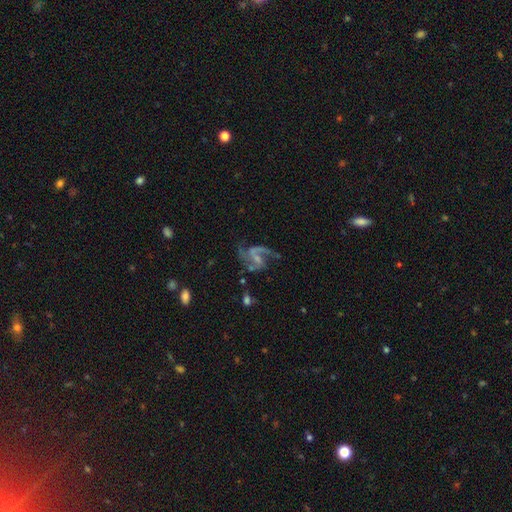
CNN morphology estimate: This is clearly a featured or disk galaxy (85%). It is clearly not viewed edge-on (98%). Bar: possibly weak (47%). Spiral arm pattern: clearly yes (93%). Spiral arm count: likely 2 (74%). Spiral winding: possibly loose (49%). Central bulge: marginally small (44%). Merging: possibly none (47%).